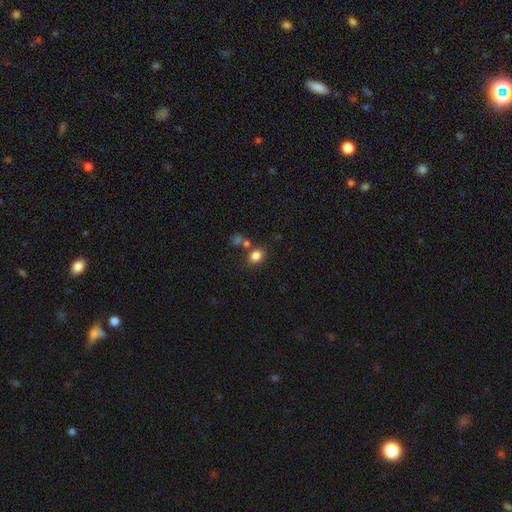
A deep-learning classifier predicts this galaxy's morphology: The model was most divided on "how rounded": round: 61%, in between: 38%, cigar-shaped: 1%. More confident: smooth or featured — smooth (81%); merging — none (71%).